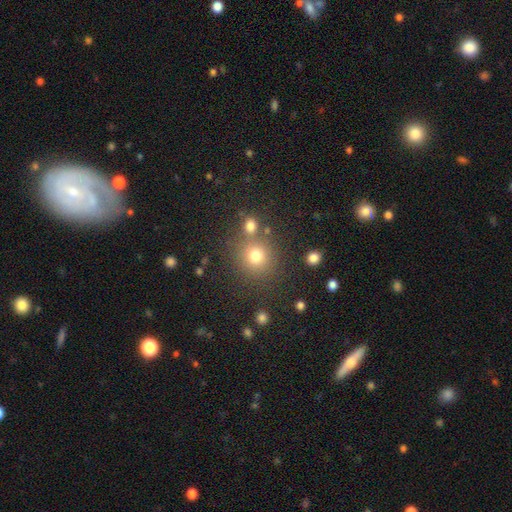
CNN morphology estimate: Q: Smooth or featured?
A: smooth (76%); runner-up: star or artifact (16%)
Q: How rounded?
A: round (90%); runner-up: in between (9%)
Q: Merging?
A: none (73%); runner-up: merger (14%)